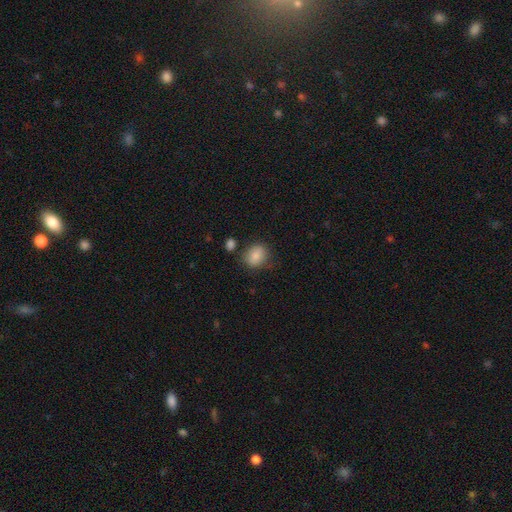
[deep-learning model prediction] This is clearly a smooth galaxy (85%). How rounded: possibly round (56%). Merging: likely none (76%).